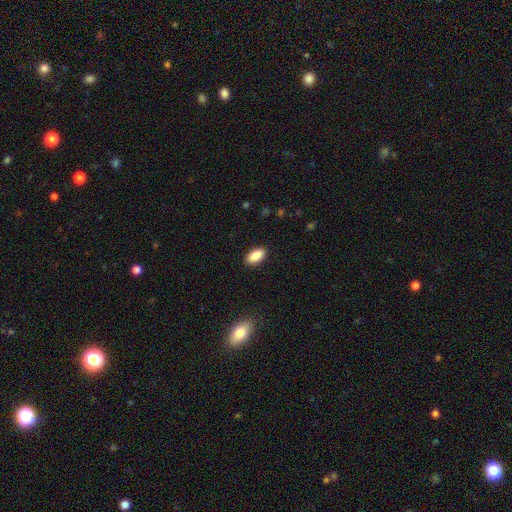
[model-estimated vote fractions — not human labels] A smooth galaxy with no disk features (89%) that is in between round and cigar-shaped (92%). Merging: none (89%).